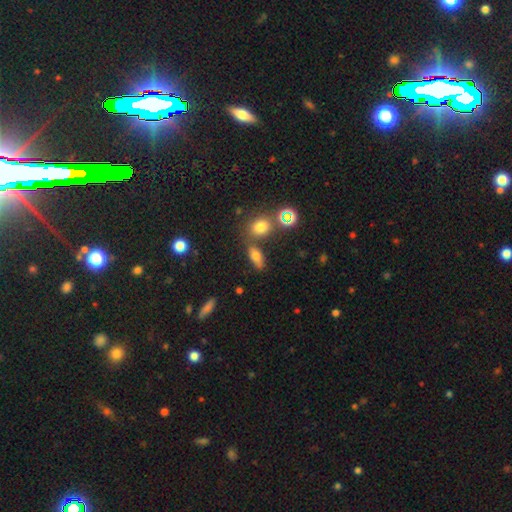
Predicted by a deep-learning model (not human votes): Smooth or featured: smooth — 68% (star or artifact — 18%)
How rounded: in between — 71% (cigar-shaped — 17%)
Merging: none — 66% (merger — 16%)